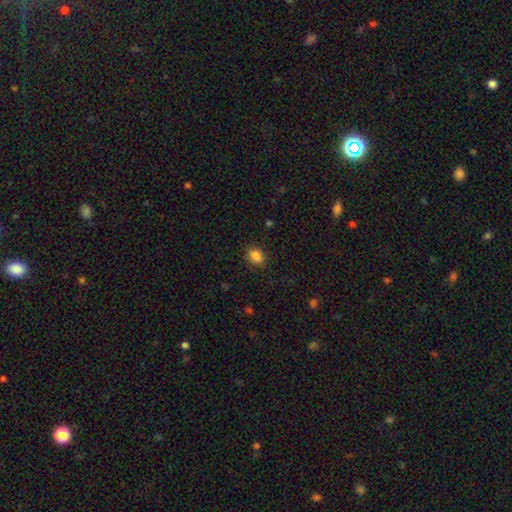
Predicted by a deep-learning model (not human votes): The model was most divided on "how rounded": in between: 65%, round: 34%, cigar-shaped: 1%. More confident: smooth or featured — smooth (85%); merging — none (81%).